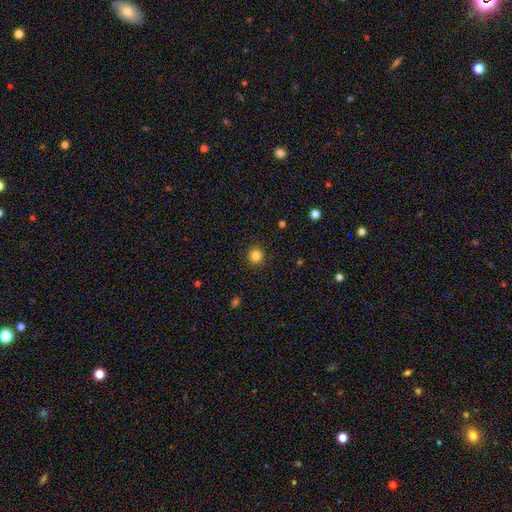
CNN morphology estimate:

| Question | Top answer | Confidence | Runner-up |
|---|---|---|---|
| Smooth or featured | smooth | 83% | star or artifact (12%) |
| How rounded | round | 94% | in between (5%) |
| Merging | none | 92% | minor disturbance (5%) |